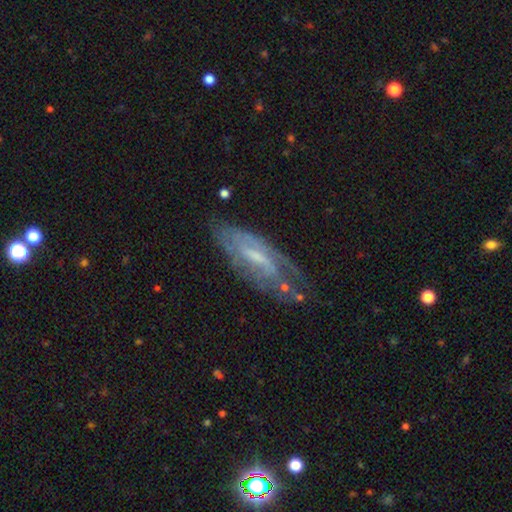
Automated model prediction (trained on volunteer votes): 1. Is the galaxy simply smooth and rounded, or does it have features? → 73% featured or disk, 19% smooth, 7% star or artifact.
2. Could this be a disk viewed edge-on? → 80% no, 20% yes.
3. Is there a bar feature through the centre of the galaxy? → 49% weak, 28% no, 24% strong.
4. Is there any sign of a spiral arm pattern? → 80% yes, 20% no.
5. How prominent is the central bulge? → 43% small, 34% moderate, 18% none, 4% large, 1% dominant.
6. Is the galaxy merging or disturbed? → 60% none, 25% minor disturbance, 12% major disturbance, 3% merger.